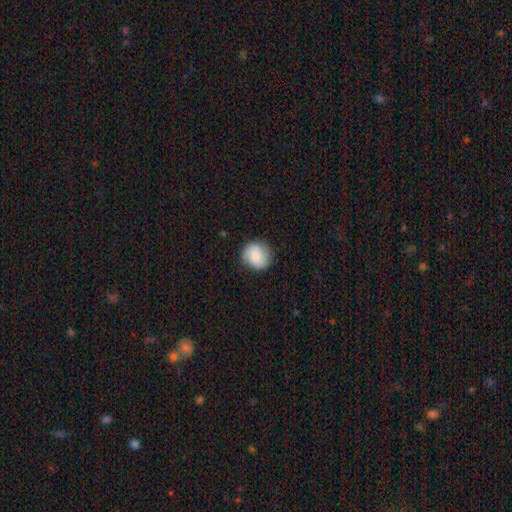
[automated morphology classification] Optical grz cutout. It shows a smooth galaxy with no disk features (76%) that is round (83%). Merging: none (83%).